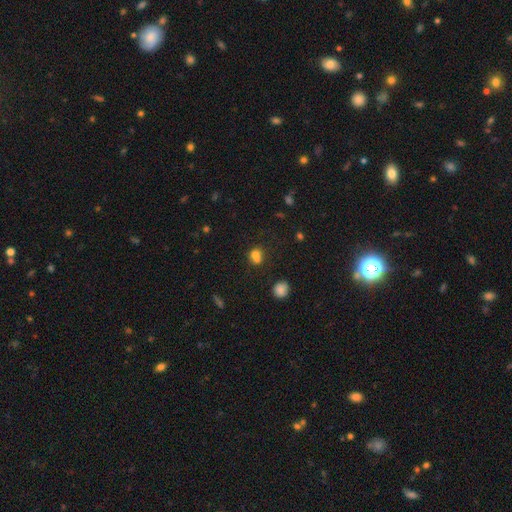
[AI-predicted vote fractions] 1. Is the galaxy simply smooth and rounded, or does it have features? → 73% smooth, 15% star or artifact, 11% featured or disk.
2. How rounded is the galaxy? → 71% round, 28% in between, 1% cigar-shaped.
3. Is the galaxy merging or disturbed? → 45% merger, 39% none, 11% minor disturbance, 5% major disturbance.